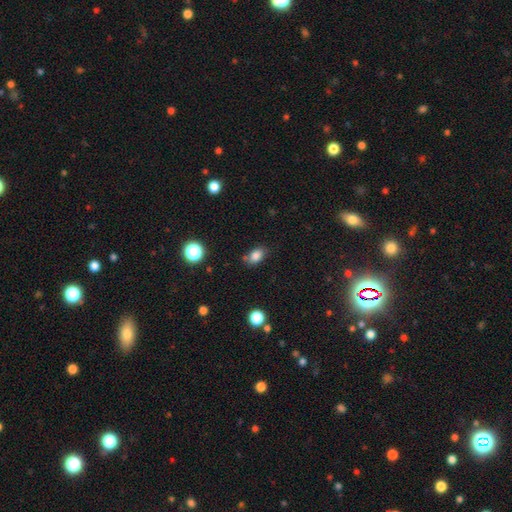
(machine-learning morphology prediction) smooth 82%, star or artifact 11%, featured or disk 6%. Down the decision tree: how rounded — in between (79%); merging — none (71%).